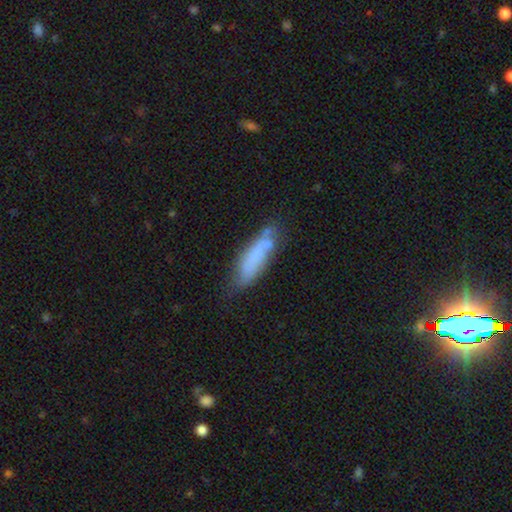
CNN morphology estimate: type=smooth (67%); roundness=cigar-shaped (62%); merging=none (59%).